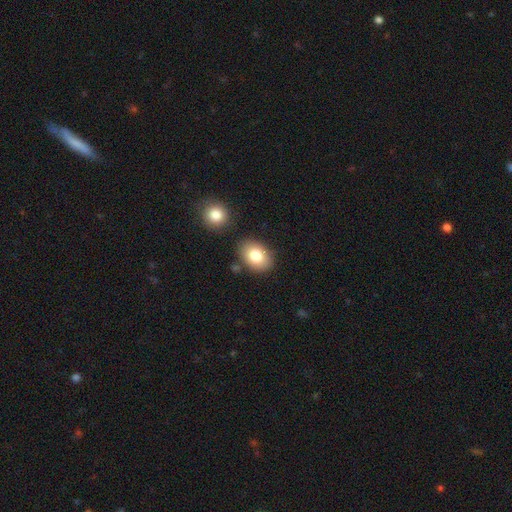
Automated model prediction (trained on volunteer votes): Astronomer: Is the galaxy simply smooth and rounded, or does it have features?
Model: smooth — 82%.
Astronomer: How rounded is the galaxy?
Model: in between — 74%.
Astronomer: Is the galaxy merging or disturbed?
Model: none — 79%.